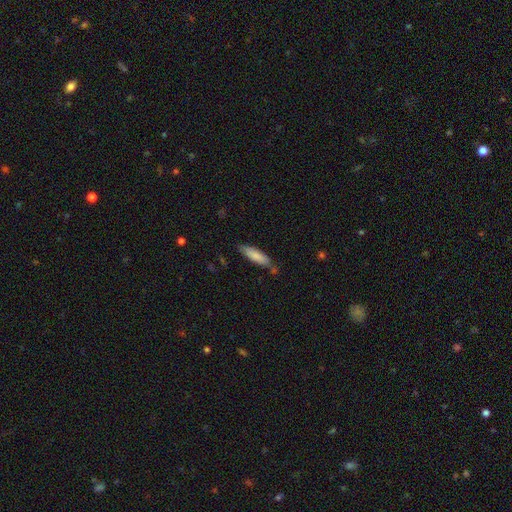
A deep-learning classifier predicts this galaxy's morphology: smooth 82%, featured or disk 12%, star or artifact 6%. Down the decision tree: how rounded — cigar-shaped (67%); merging — none (74%).